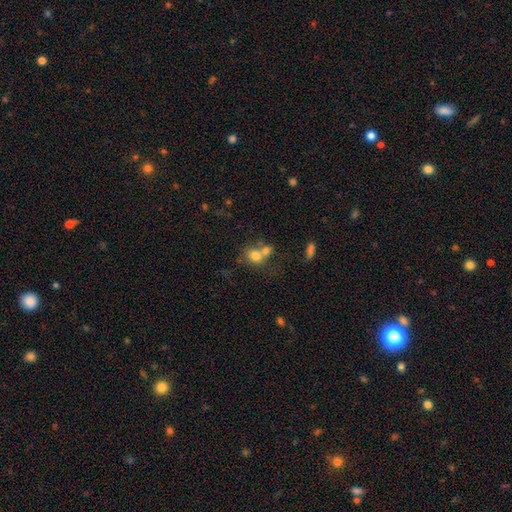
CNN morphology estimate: Smooth or featured? smooth (73%)
How rounded? round (66%)
Merging? merger (54%)